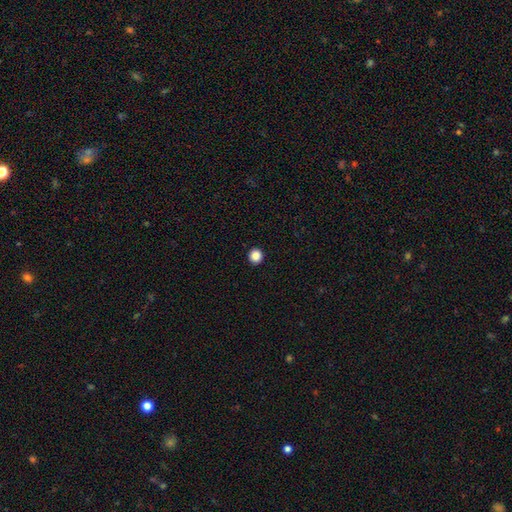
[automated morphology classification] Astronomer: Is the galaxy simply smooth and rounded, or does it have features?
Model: smooth — 87%.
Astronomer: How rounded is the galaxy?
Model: round — 95%.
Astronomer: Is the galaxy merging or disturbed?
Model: none — 94%.